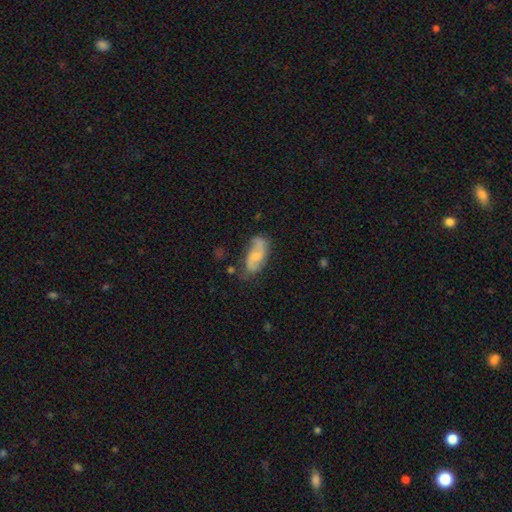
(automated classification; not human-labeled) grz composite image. It shows a featured or disk galaxy (57%) with no bar (49%), spiral arms (88%) and a small central bulge (37%). Merging: none (60%).